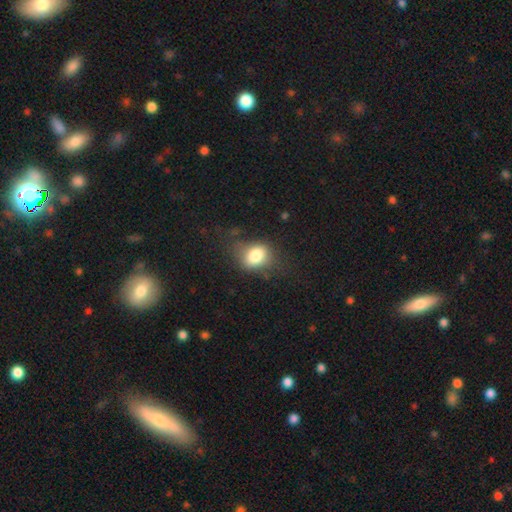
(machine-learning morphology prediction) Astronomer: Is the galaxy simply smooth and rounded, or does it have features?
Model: smooth — 79%.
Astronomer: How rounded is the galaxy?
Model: in between — 59% (runner-up: round, 40%).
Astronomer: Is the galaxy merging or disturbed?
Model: none — 63%.